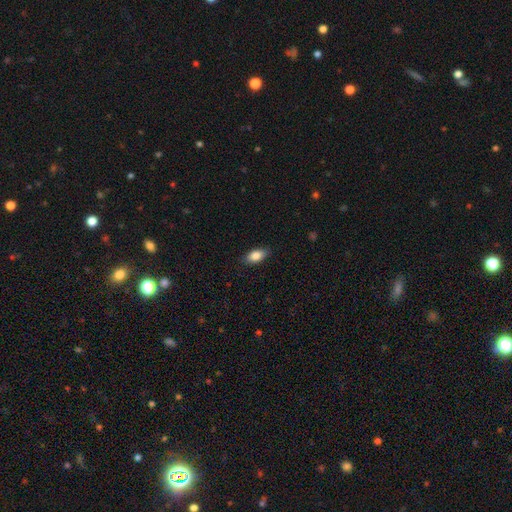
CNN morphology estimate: The model was most divided on "smooth or featured": smooth: 85%, featured or disk: 8%, star or artifact: 7%. More confident: how rounded — in between (89%); merging — none (87%).